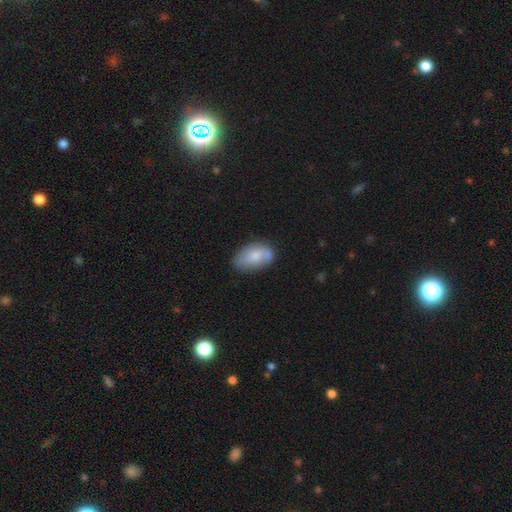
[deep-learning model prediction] Q: Smooth or featured?
A: smooth (70%); runner-up: featured or disk (23%)
Q: How rounded?
A: in between (92%); runner-up: round (6%)
Q: Merging?
A: none (59%); runner-up: minor disturbance (26%)